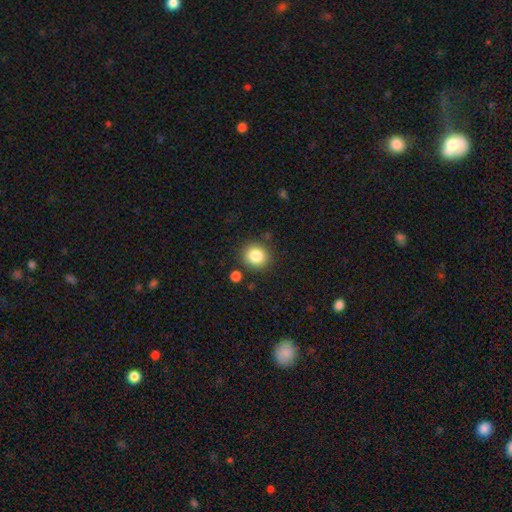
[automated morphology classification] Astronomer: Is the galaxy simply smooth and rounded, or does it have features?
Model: smooth — 84%.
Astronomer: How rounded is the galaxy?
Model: round — 88%.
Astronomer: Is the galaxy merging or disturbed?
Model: none — 86%.